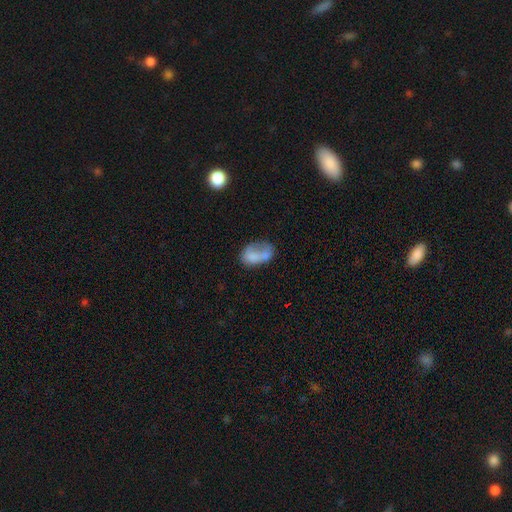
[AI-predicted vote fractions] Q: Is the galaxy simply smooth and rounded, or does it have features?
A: smooth — 64%.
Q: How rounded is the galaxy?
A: in between — 83%.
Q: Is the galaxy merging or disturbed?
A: none — 31%.